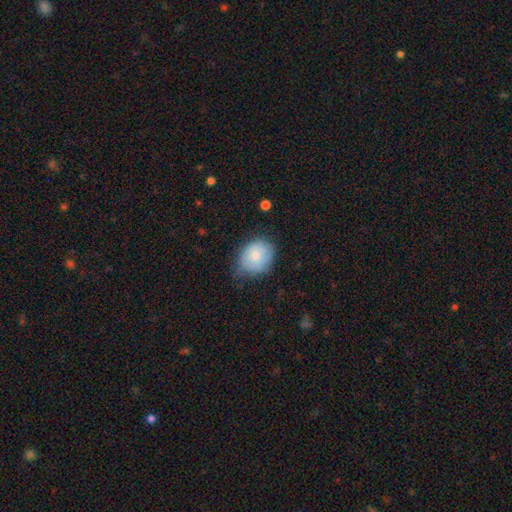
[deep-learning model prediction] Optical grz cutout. It shows a smooth galaxy with no disk features (77%) that is in between round and cigar-shaped (51%). Merging: none (56%).